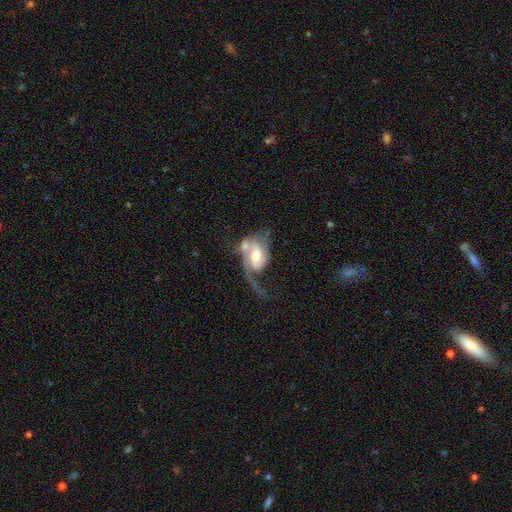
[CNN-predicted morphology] smooth-or-featured: featured or disk: 78% | smooth: 17% | star or artifact: 6%
  disk-edge-on: no: 96% | yes: 4%
    bar: weak: 44% | no: 41% | strong: 15%
    has-spiral-arms: yes: 91% | no: 9%
      spiral-winding: loose: 48% | medium: 36% | tight: 16%
      spiral-arm-count: 2: 47% | 1: 42% | can't tell: 7% | 3: 2% | 4: 1% | more than 4: 1%
    bulge-size: moderate: 56% | small: 20% | large: 18% | none: 4% | dominant: 2%
  merging: major disturbance: 39% | merger: 24% | none: 23% | minor disturbance: 14%